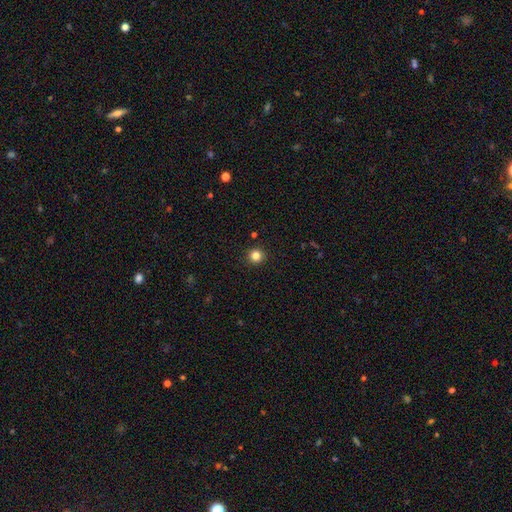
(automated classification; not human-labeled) smooth-or-featured: smooth: 83% | star or artifact: 13% | featured or disk: 4%
  how-rounded: round: 95% | in between: 4% | cigar-shaped: 1%
  merging: none: 93% | minor disturbance: 5% | major disturbance: 2% | merger: 1%